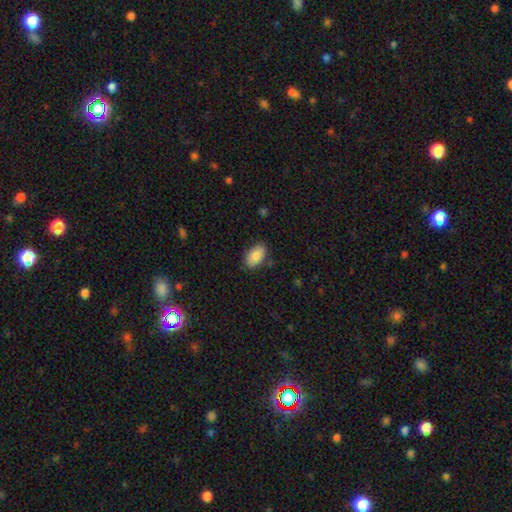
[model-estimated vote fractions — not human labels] smooth 85%, featured or disk 8%, star or artifact 6%. Down the decision tree: how rounded — in between (94%); merging — none (83%).